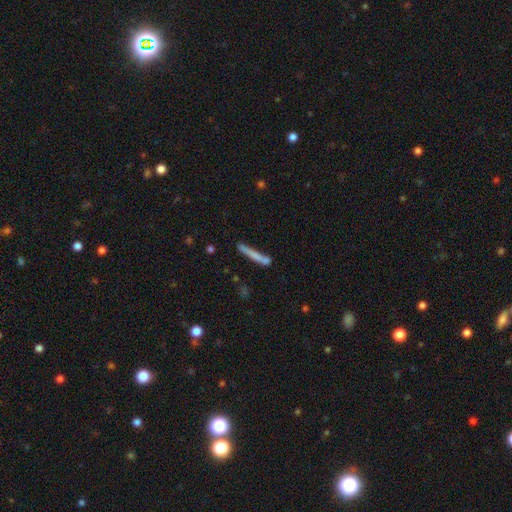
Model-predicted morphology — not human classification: The model was most divided on "smooth or featured": smooth: 63%, featured or disk: 30%, star or artifact: 8%. More confident: how rounded — cigar-shaped (95%); merging — none (70%).